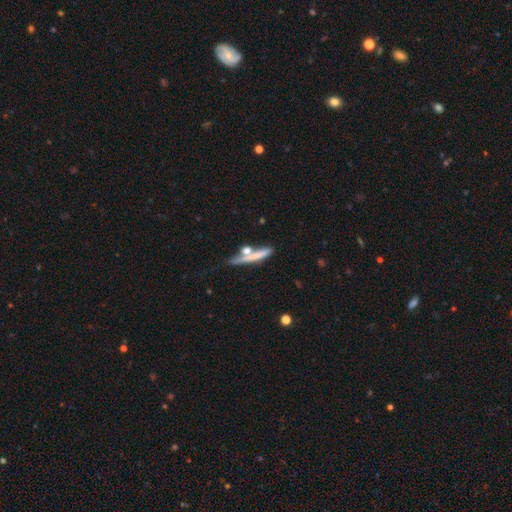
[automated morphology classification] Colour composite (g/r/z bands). It shows a smooth galaxy with no disk features (60%) that is cigar-shaped (83%). Merging: none (49%).